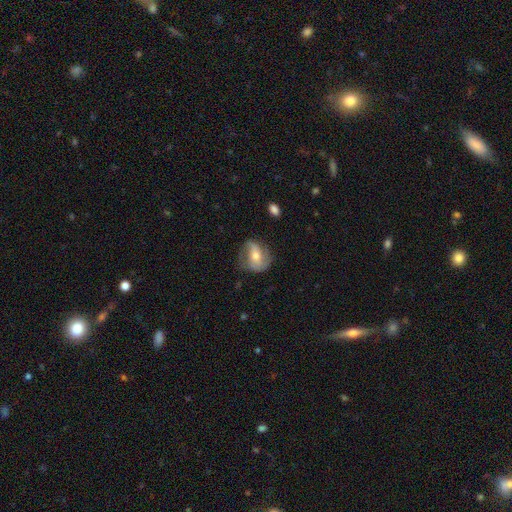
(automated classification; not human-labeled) The model was most divided on "bar": no: 38%, weak: 37%, strong: 26%. More confident: edge-on disk — no (96%); spiral arms — yes (83%); merging — none (62%); smooth or featured — featured or disk (62%); bulge size — moderate (61%).